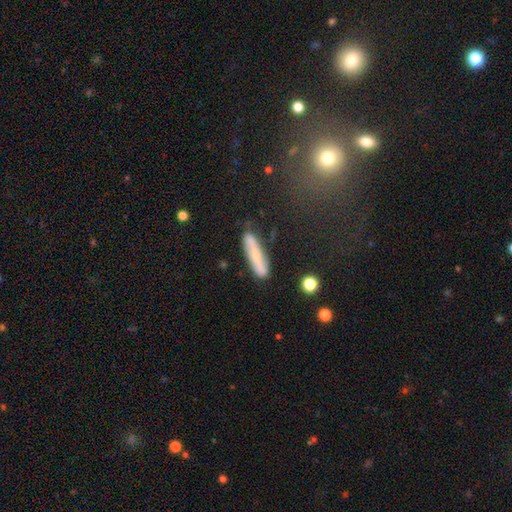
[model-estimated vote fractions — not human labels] Q: Smooth or featured?
A: smooth (57%); runner-up: featured or disk (36%)
Q: How rounded?
A: cigar-shaped (83%); runner-up: in between (15%)
Q: Merging?
A: none (79%); runner-up: minor disturbance (14%)